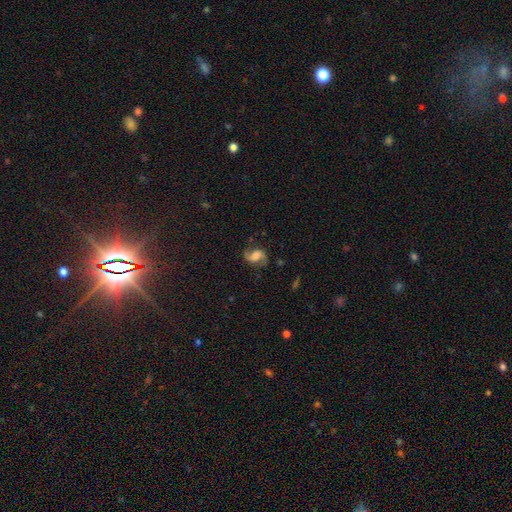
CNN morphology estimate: smooth_or_featured: featured or disk (p=0.83) [alt: smooth p=0.10]
disk_edge_on: no (p=0.98) [alt: yes p=0.02]
bar: weak (p=0.44) [alt: no p=0.42]
has_spiral_arms: yes (p=0.97) [alt: no p=0.03]
spiral_winding: loose (p=0.49) [alt: medium p=0.41]
spiral_arm_count: 2 (p=0.93) [alt: 1 p=0.02]
bulge_size: moderate (p=0.40) [alt: small p=0.21]
merging: none (p=0.78) [alt: minor disturbance p=0.14]